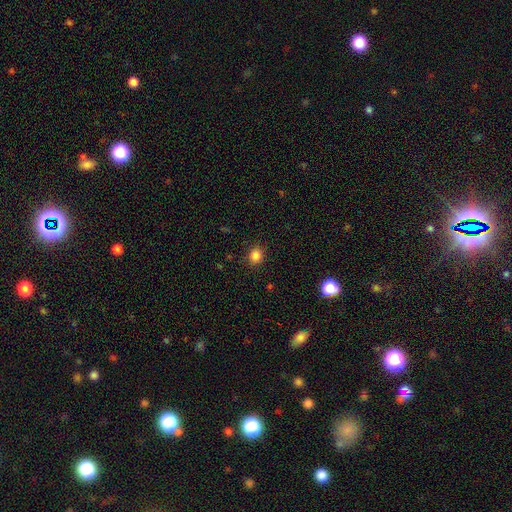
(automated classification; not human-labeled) Smooth or featured? smooth (85%)
How rounded? round (72%)
Merging? none (88%)